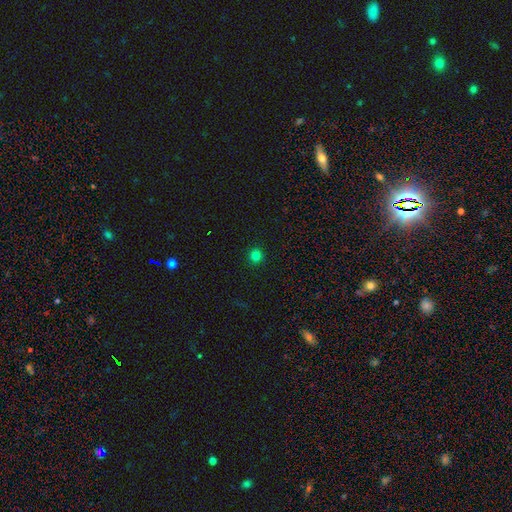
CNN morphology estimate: Smooth or featured? Predicted: smooth (p=0.80). How rounded? Predicted: round (p=0.94). Merging? Predicted: none (p=0.93).